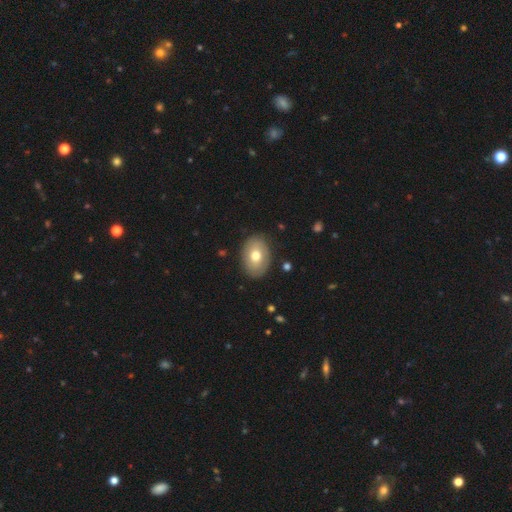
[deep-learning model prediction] Smooth or featured? Predicted: smooth (p=0.70). How rounded? Predicted: in between (p=0.81). Merging? Predicted: none (p=0.86).